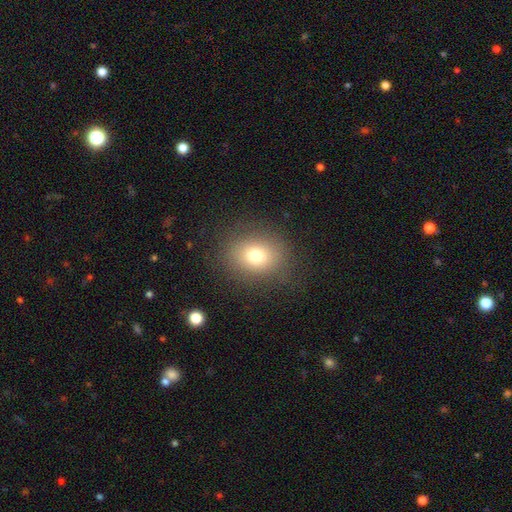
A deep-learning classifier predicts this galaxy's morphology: A smooth galaxy with no disk features (75%) that is round (67%).

Vote fractions:
- Smooth or featured? smooth: 75% / star or artifact: 14% / featured or disk: 11%
- How rounded? round: 67% / in between: 32% / cigar-shaped: 1%
- Merging? none: 84% / minor disturbance: 10% / major disturbance: 5% / merger: 1%